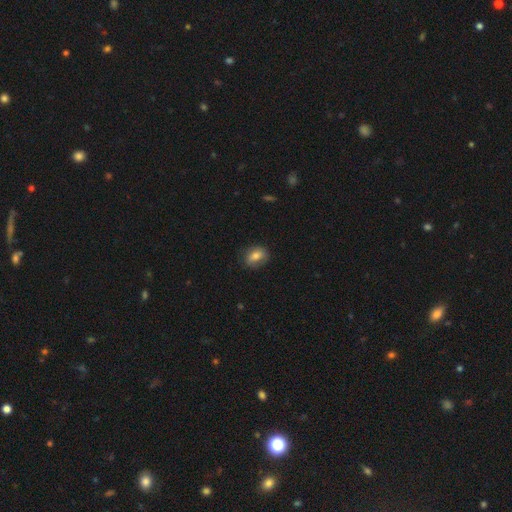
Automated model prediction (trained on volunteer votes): Q: Smooth or featured?
A: smooth (77%); runner-up: featured or disk (15%)
Q: How rounded?
A: in between (74%); runner-up: round (24%)
Q: Merging?
A: none (78%); runner-up: minor disturbance (17%)